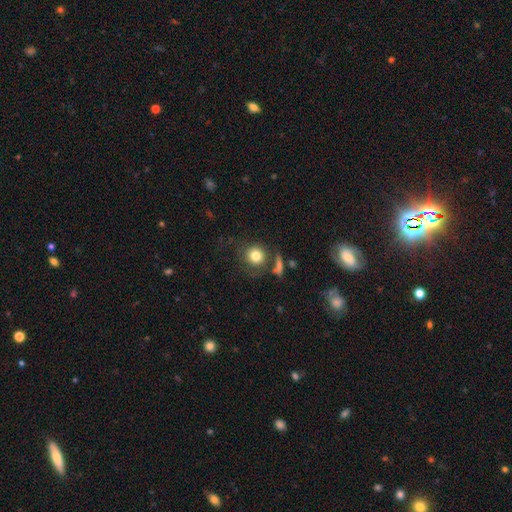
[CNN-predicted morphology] The model was most divided on "merging": none: 68%, minor disturbance: 14%, merger: 9%, major disturbance: 9%. More confident: how rounded — round (88%); smooth or featured — smooth (80%).